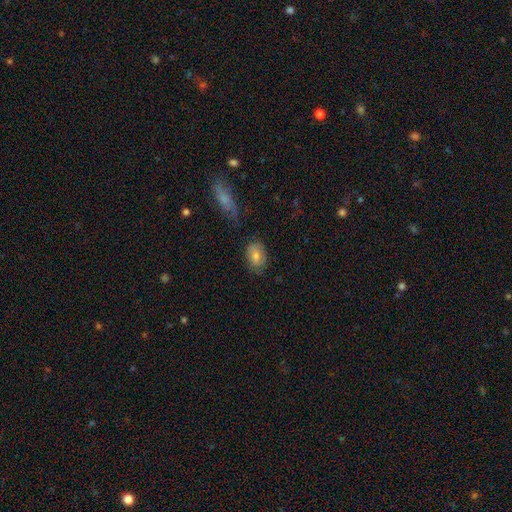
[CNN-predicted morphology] Q: Smooth or featured?
A: smooth (70%); runner-up: featured or disk (21%)
Q: How rounded?
A: in between (84%); runner-up: round (14%)
Q: Merging?
A: none (77%); runner-up: minor disturbance (16%)